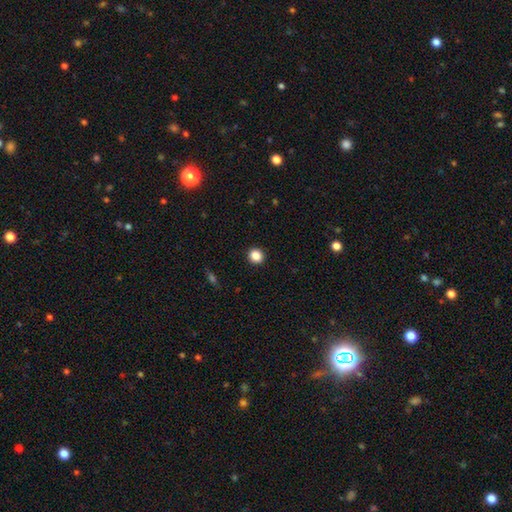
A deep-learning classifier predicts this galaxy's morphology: smooth-or-featured: smooth: 86% | star or artifact: 11% | featured or disk: 3%
  how-rounded: round: 88% | in between: 11% | cigar-shaped: 1%
  merging: none: 93% | minor disturbance: 5% | major disturbance: 2% | merger: 1%